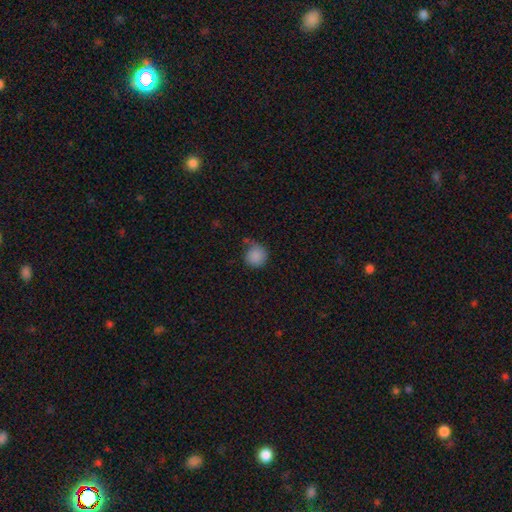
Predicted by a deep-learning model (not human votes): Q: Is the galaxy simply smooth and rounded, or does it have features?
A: smooth — 87%.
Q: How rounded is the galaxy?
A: round — 92%.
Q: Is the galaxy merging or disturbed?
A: none — 63%.